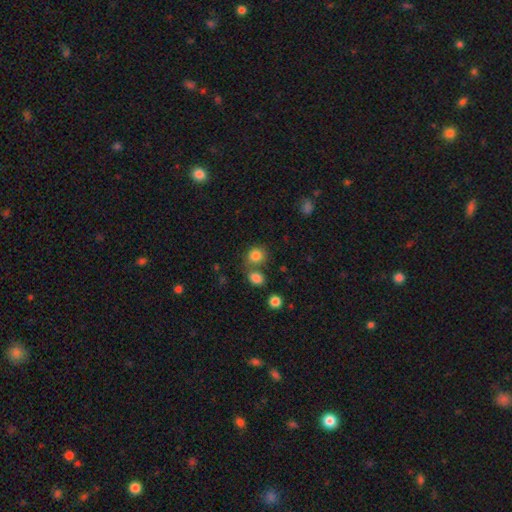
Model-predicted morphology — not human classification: smooth_or_featured: smooth (p=0.83) [alt: star or artifact p=0.11]
how_rounded: round (p=0.74) [alt: in between p=0.25]
merging: none (p=0.56) [alt: merger p=0.29]